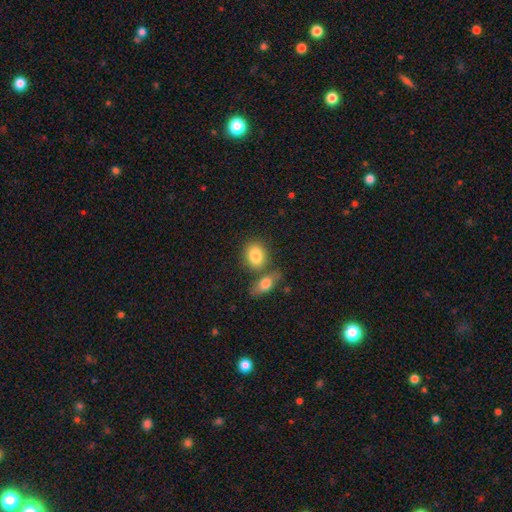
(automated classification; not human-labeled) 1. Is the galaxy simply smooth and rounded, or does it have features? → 83% smooth, 10% featured or disk, 7% star or artifact.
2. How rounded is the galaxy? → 61% in between, 37% round, 2% cigar-shaped.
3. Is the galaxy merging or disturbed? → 56% none, 30% merger, 11% minor disturbance, 4% major disturbance.